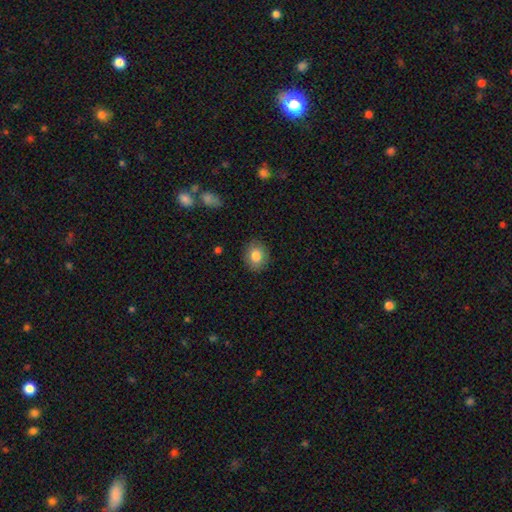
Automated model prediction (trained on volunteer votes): Overall: smooth (83%). How rounded: round (64%; in between 35%). Merging: none (87%).